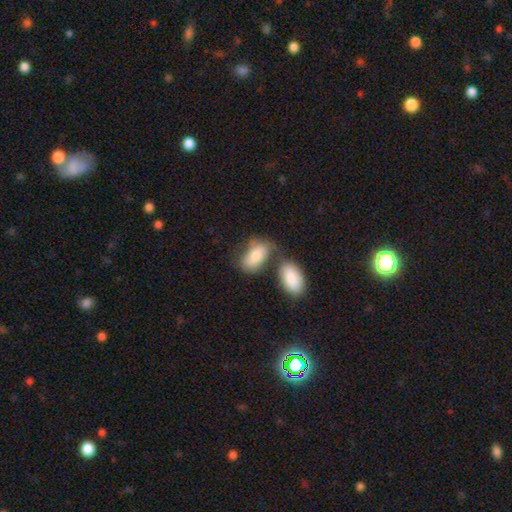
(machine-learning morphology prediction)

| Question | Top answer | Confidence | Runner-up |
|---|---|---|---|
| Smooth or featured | smooth | 78% | featured or disk (16%) |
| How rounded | in between | 92% | round (5%) |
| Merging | merger | 39% | none (36%) |